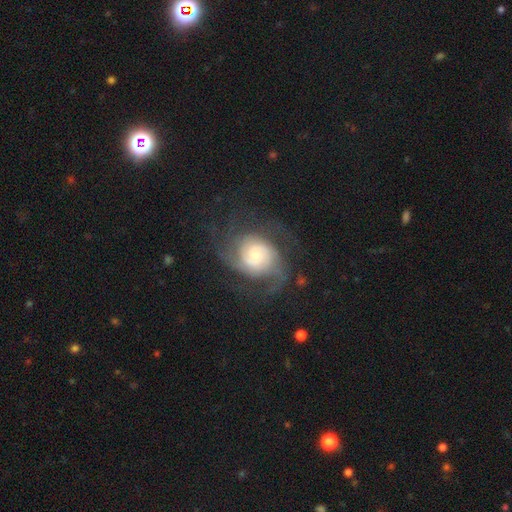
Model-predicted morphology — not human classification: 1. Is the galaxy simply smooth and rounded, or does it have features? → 78% featured or disk, 15% smooth, 7% star or artifact.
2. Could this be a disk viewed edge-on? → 98% no, 2% yes.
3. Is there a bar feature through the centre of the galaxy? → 71% no, 25% weak, 5% strong.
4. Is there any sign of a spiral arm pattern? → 94% yes, 6% no.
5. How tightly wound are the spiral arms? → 41% medium, 38% tight, 20% loose.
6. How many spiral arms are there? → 47% 2, 20% can't tell, 16% 3, 6% 4, 6% 1, 5% more than 4.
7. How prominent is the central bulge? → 35% small, 29% moderate, 25% large, 7% dominant, 4% none.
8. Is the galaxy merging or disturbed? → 62% none, 20% major disturbance, 17% minor disturbance, 2% merger.